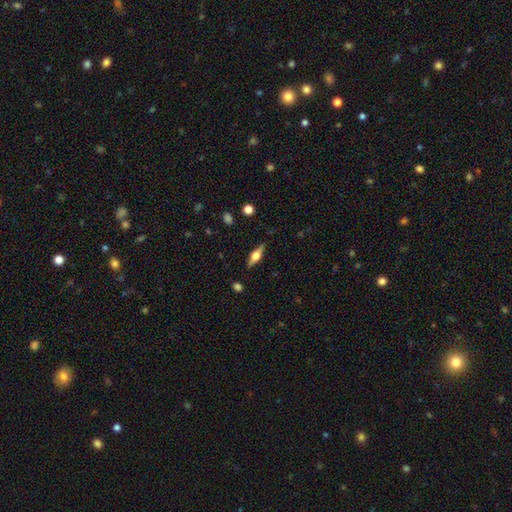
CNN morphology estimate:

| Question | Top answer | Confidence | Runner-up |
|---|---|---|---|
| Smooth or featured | featured or disk | 64% | smooth (29%) |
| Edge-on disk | yes | 96% | no (4%) |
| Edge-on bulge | rounded | 91% | boxy (7%) |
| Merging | none | 87% | minor disturbance (9%) |